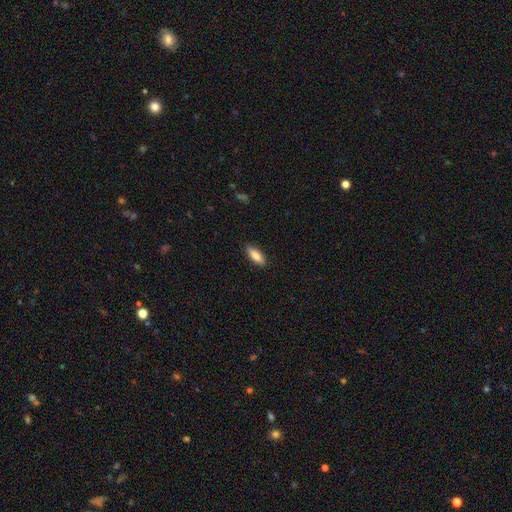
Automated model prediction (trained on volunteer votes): Smooth or featured: smooth — 82% (featured or disk — 12%)
How rounded: in between — 64% (cigar-shaped — 34%)
Merging: none — 89% (minor disturbance — 9%)